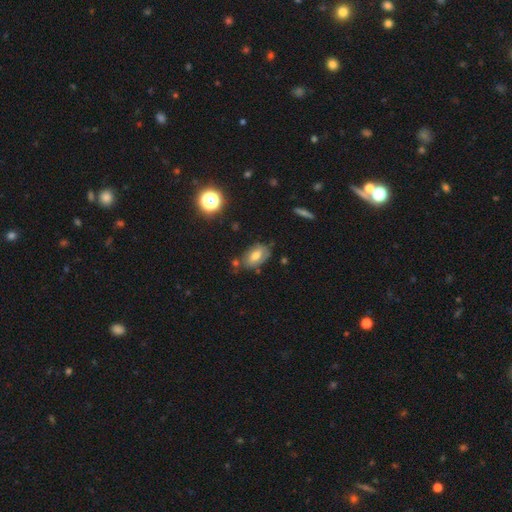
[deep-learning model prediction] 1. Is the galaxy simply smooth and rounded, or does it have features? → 64% smooth, 25% featured or disk, 11% star or artifact.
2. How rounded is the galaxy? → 89% in between, 8% round, 3% cigar-shaped.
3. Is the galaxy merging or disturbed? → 66% none, 22% minor disturbance, 6% merger, 5% major disturbance.